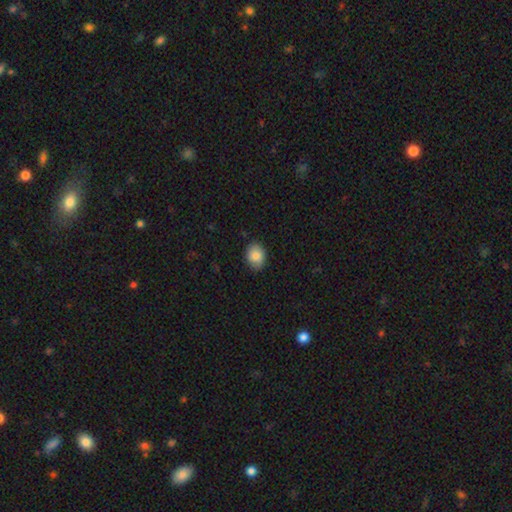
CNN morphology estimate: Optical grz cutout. It shows a smooth galaxy with no disk features (86%) that is in between round and cigar-shaped (61%). Merging: none (82%).